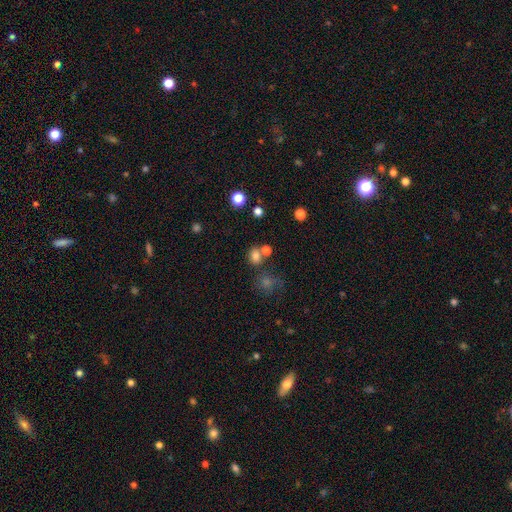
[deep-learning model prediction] Morphology: type=smooth (76%); roundness=round (58%); merging=none (63%).